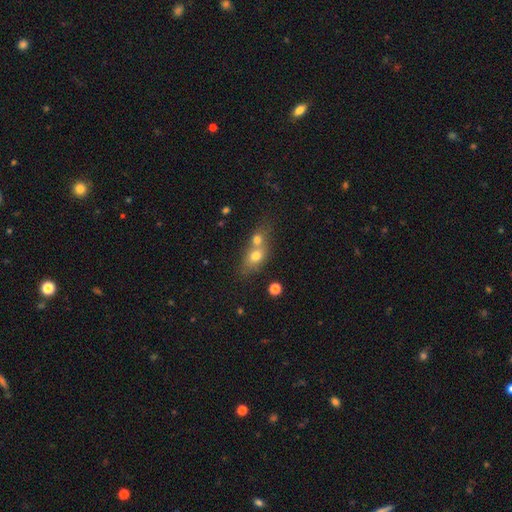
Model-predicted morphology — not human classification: smooth-or-featured: smooth: 70% | featured or disk: 19% | star or artifact: 11%
  how-rounded: in between: 59% | round: 35% | cigar-shaped: 5%
  merging: merger: 65% | none: 24% | minor disturbance: 7% | major disturbance: 4%